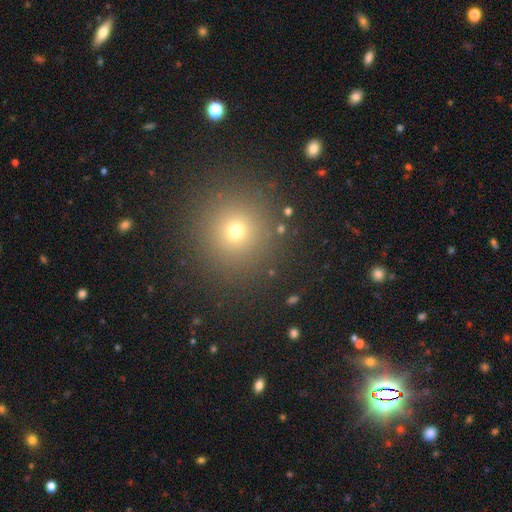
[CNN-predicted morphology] Smooth or featured: smooth — 56% (star or artifact — 36%)
How rounded: round — 95% (in between — 4%)
Merging: none — 91% (minor disturbance — 5%)